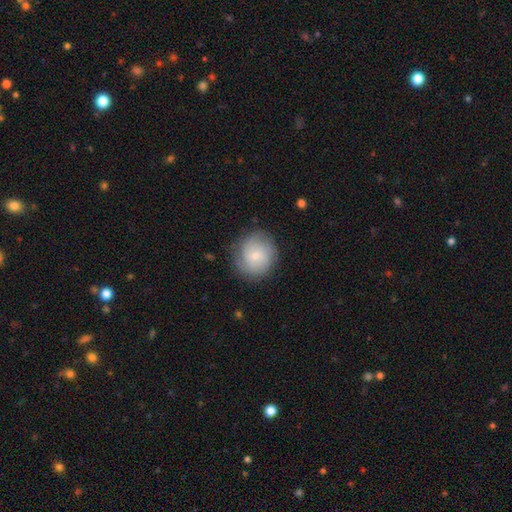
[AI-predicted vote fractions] smooth 62%, featured or disk 30%, star or artifact 8%. Down the decision tree: how rounded — round (88%); merging — none (79%).